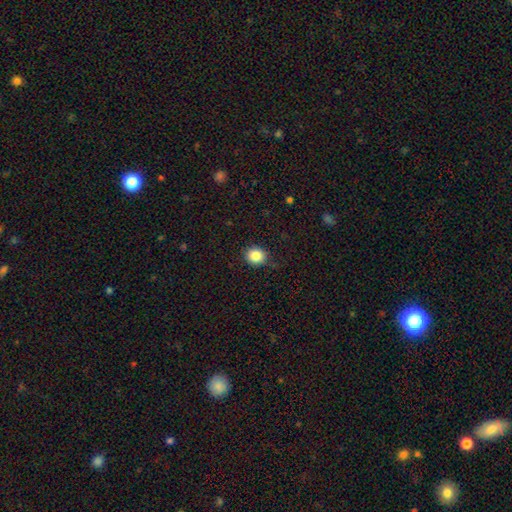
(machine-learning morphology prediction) Smooth or featured? Predicted: smooth (p=0.85). How rounded? Predicted: round (p=0.85). Merging? Predicted: none (p=0.85).